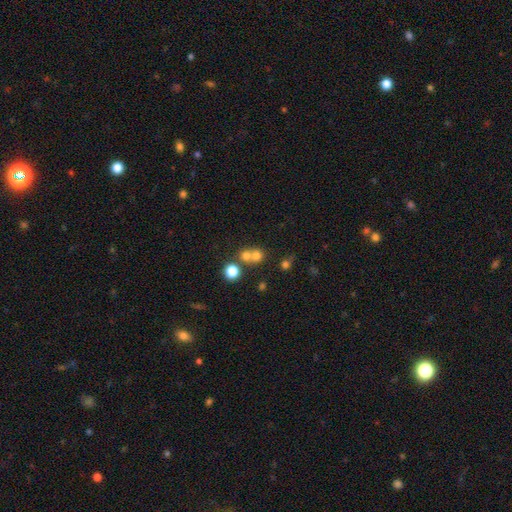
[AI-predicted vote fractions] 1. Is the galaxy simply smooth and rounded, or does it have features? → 70% smooth, 17% star or artifact, 13% featured or disk.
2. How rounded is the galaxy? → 84% round, 15% in between, 1% cigar-shaped.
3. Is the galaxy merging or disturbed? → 50% merger, 41% none, 6% minor disturbance, 3% major disturbance.